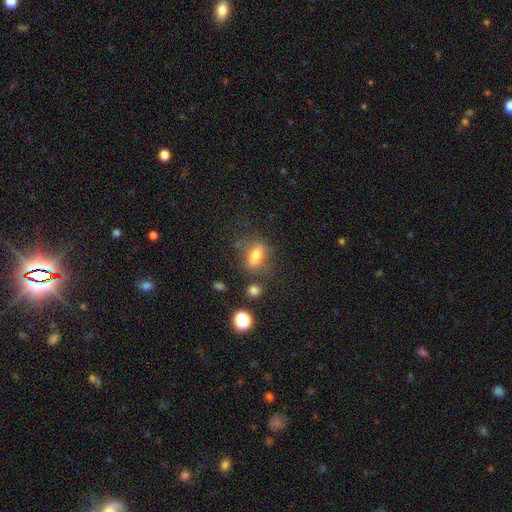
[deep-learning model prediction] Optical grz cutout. It shows a smooth galaxy with no disk features (69%) that is in between round and cigar-shaped (71%). Merging: none (68%).